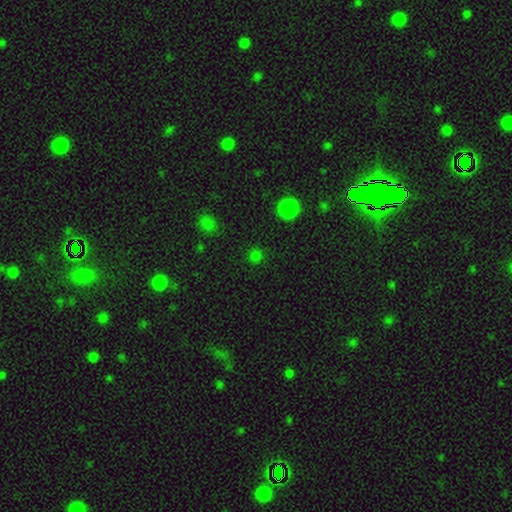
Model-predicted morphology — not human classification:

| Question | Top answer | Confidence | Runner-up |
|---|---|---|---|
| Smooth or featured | smooth | 72% | star or artifact (24%) |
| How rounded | round | 92% | in between (7%) |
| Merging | none | 88% | minor disturbance (7%) |